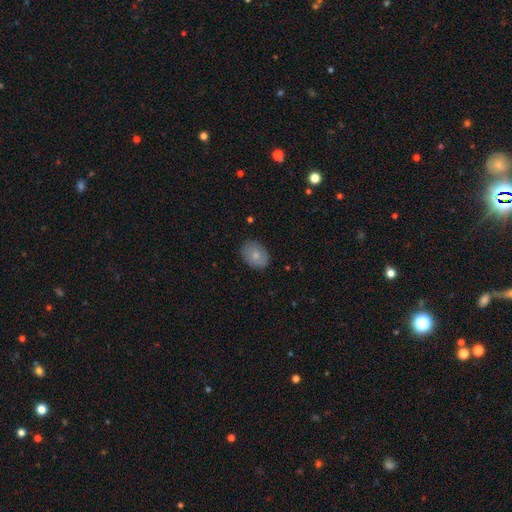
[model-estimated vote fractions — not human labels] A smooth galaxy with no disk features (71%) that is in between round and cigar-shaped (70%). Merging: none (82%).